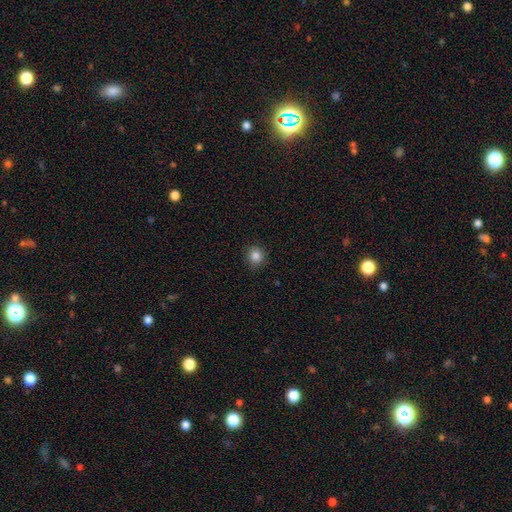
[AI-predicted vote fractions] A smooth galaxy with no disk features (85%) that is round (88%).

Vote fractions:
- Smooth or featured? smooth: 85% / star or artifact: 11% / featured or disk: 4%
- How rounded? round: 88% / in between: 11% / cigar-shaped: 1%
- Merging? none: 89% / minor disturbance: 8% / major disturbance: 2% / merger: 1%